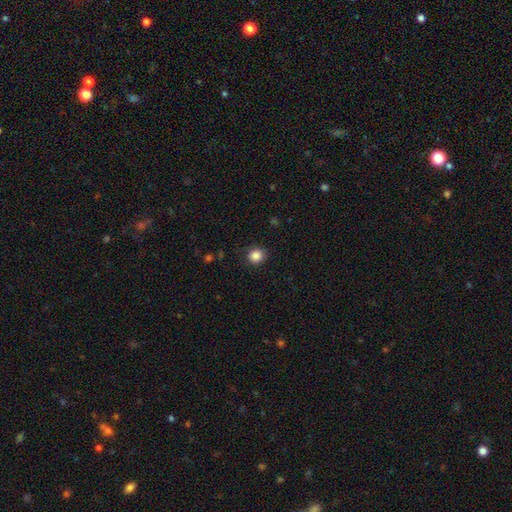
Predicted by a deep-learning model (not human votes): smooth-or-featured: smooth: 86% | star or artifact: 11% | featured or disk: 4%
  how-rounded: round: 89% | in between: 11% | cigar-shaped: 1%
  merging: none: 87% | minor disturbance: 9% | major disturbance: 3% | merger: 1%